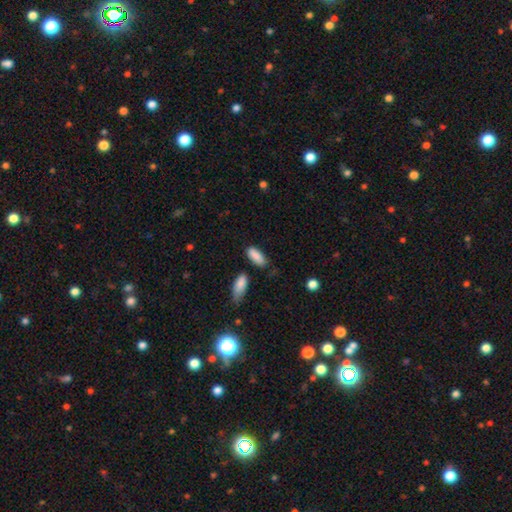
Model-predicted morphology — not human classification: A smooth galaxy with no disk features (88%) that is in between round and cigar-shaped (78%). Merging: none (71%).